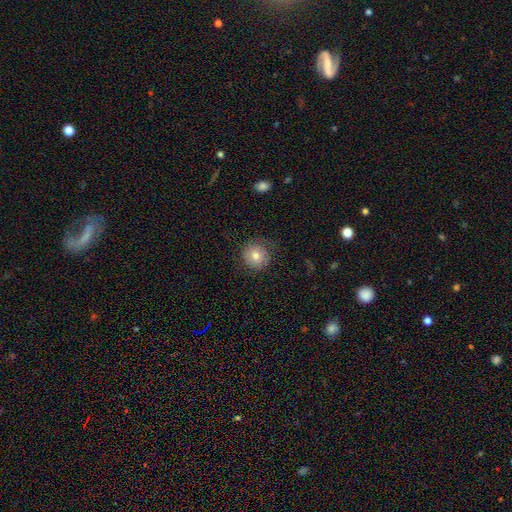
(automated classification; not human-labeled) Overall: smooth (75%). How rounded: round (92%). Merging: none (72%).